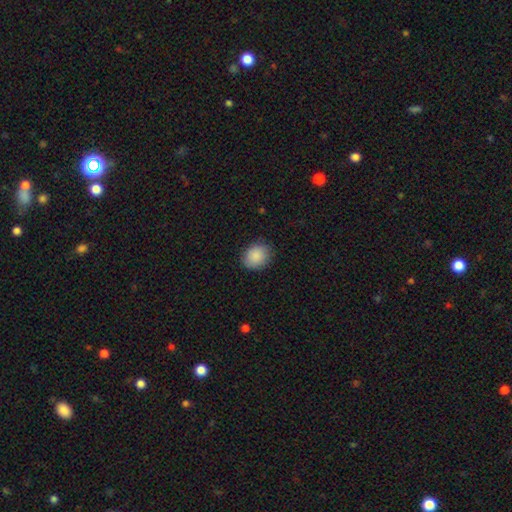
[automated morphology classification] A smooth galaxy with no disk features (89%) that is round (53%).

Vote fractions:
- Smooth or featured? smooth: 89% / star or artifact: 7% / featured or disk: 4%
- How rounded? round: 53% / in between: 46% / cigar-shaped: 1%
- Merging? none: 84% / minor disturbance: 12% / major disturbance: 3% / merger: 1%